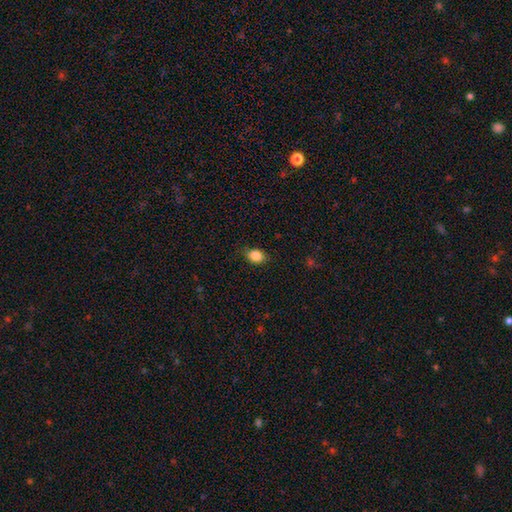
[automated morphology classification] This is clearly a smooth galaxy (86%). How rounded: possibly in between (59%). Merging: likely none (80%).